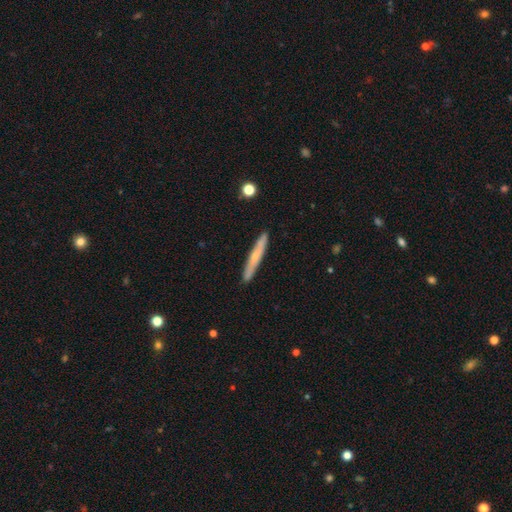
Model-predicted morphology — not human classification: smooth 53%, featured or disk 41%, star or artifact 6%. Down the decision tree: how rounded — cigar-shaped (96%); merging — none (89%).